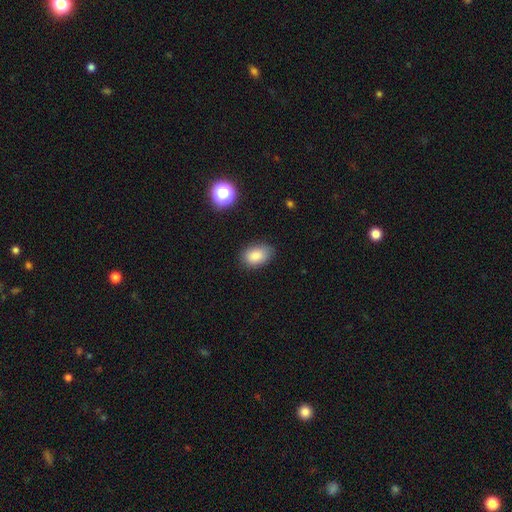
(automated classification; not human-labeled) Smooth or featured? Predicted: smooth (p=0.85). How rounded? Predicted: in between (p=0.87). Merging? Predicted: none (p=0.81).